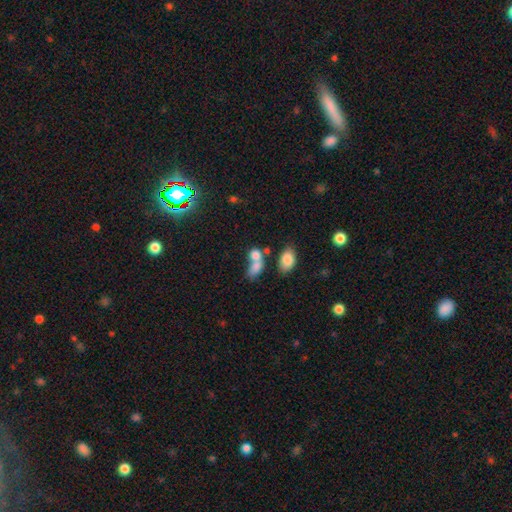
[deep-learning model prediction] Smooth or featured? smooth (77%)
How rounded? in between (66%)
Merging? merger (57%)